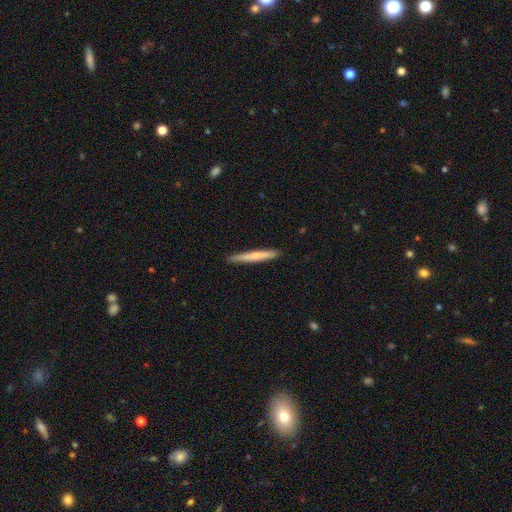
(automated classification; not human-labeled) Smooth or featured? Predicted: smooth (p=0.64). How rounded? Predicted: cigar-shaped (p=0.96). Merging? Predicted: none (p=0.90).